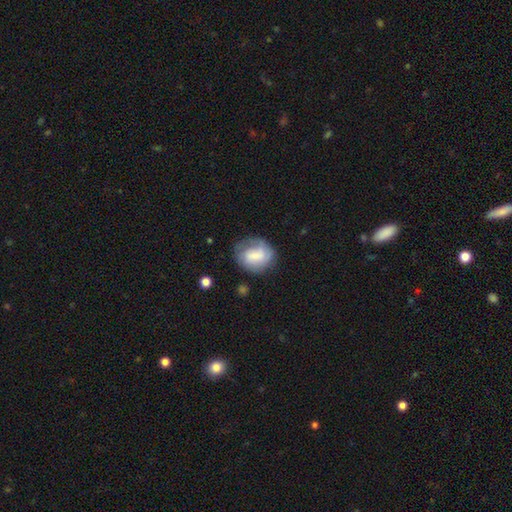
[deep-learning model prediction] Q: Smooth or featured?
A: smooth (58%); runner-up: featured or disk (34%)
Q: How rounded?
A: round (52%); runner-up: in between (47%)
Q: Merging?
A: none (59%); runner-up: minor disturbance (26%)